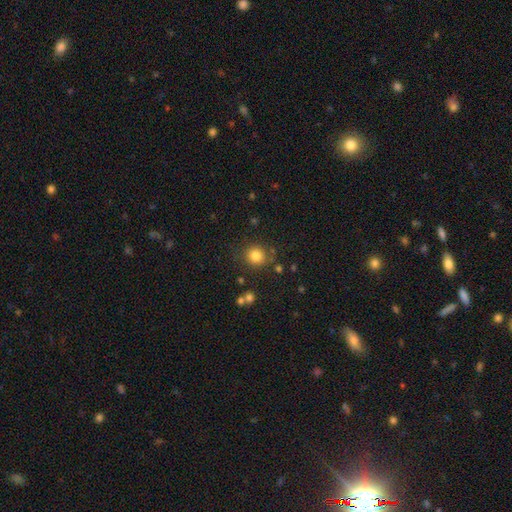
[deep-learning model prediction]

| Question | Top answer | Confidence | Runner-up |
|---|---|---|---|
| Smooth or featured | smooth | 82% | star or artifact (12%) |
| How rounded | round | 90% | in between (9%) |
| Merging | none | 83% | minor disturbance (10%) |